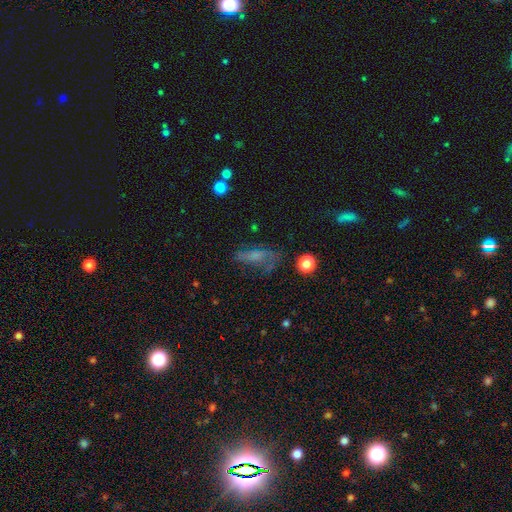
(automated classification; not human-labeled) A smooth galaxy with no disk features (41%, tied with featured or disk).

Vote fractions:
- Smooth or featured? smooth: 41% (tied) / featured or disk: 41% (tied) / star or artifact: 18%
- Merging? none: 49% / minor disturbance: 25% / major disturbance: 22% / merger: 5%